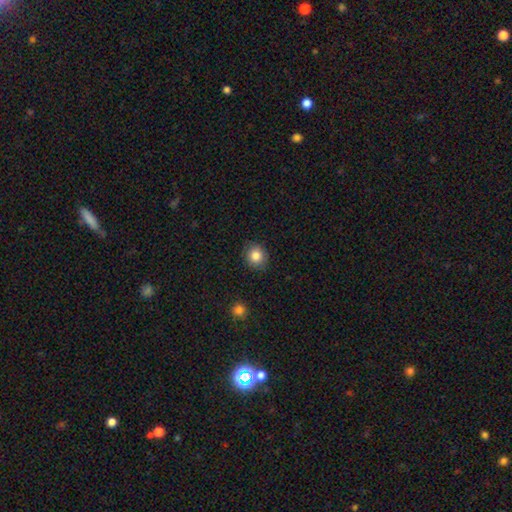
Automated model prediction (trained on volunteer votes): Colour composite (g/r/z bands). It shows a smooth galaxy with no disk features (84%) that is round (81%). Merging: none (87%).